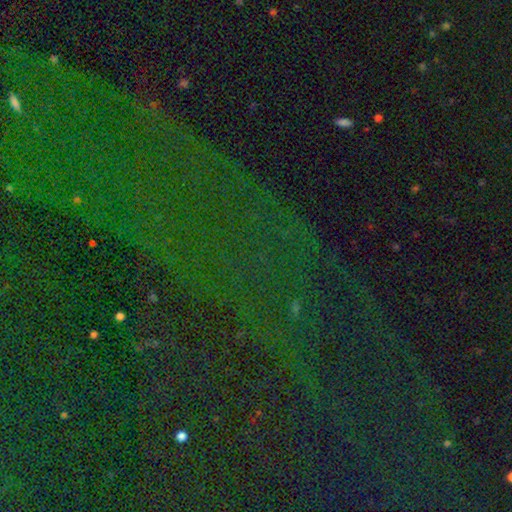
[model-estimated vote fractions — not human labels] This appears to be a star or artifact, not a galaxy (84%).